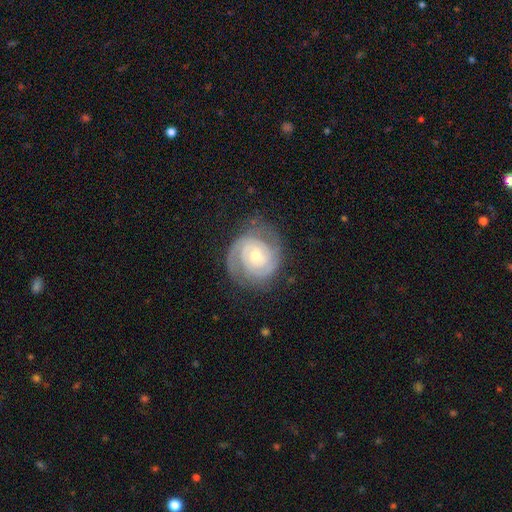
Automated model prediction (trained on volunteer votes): Smooth or featured? featured or disk (86%)
Edge-on disk? no (98%)
Bar? no (65%)
Spiral arms? yes (96%)
Spiral winding? tight (71%)
Spiral arm count? 2 (65%)
Bulge size? small (50%)
Merging? none (74%)